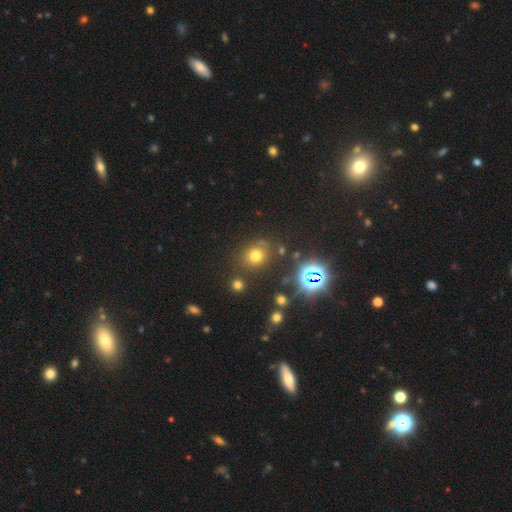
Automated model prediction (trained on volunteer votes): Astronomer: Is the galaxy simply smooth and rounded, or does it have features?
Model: smooth — 66%.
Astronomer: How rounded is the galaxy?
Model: round — 75%.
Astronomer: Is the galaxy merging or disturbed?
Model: none — 76%.